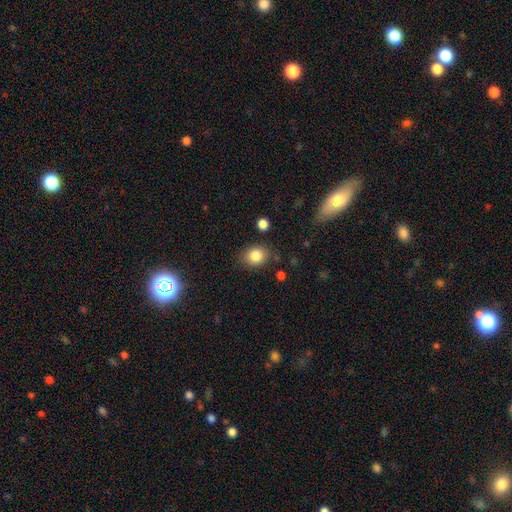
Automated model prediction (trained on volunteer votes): smooth-or-featured: smooth: 84% | star or artifact: 10% | featured or disk: 6%
  how-rounded: round: 58% | in between: 41% | cigar-shaped: 1%
  merging: none: 80% | minor disturbance: 13% | major disturbance: 4% | merger: 3%